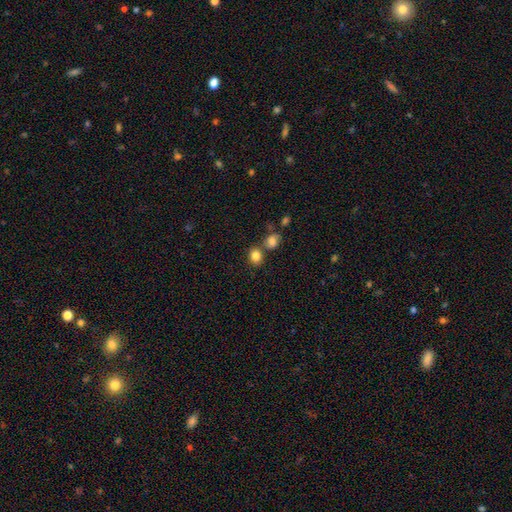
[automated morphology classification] Q: Smooth or featured?
A: smooth (84%); runner-up: star or artifact (10%)
Q: How rounded?
A: round (62%); runner-up: in between (37%)
Q: Merging?
A: none (63%); runner-up: merger (24%)